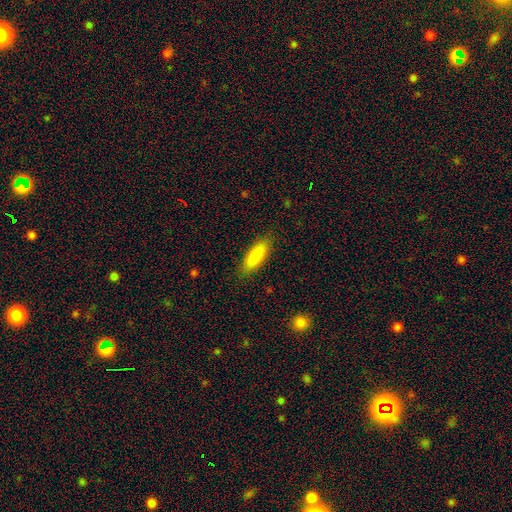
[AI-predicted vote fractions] Smooth or featured? Predicted: smooth (p=0.88). How rounded? Predicted: in between (p=0.55). Merging? Predicted: none (p=0.87).